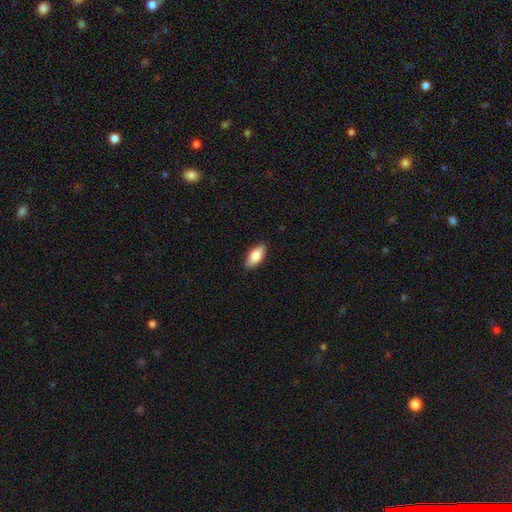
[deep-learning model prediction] The model was most divided on "smooth or featured": smooth: 81%, featured or disk: 13%, star or artifact: 6%. More confident: merging — none (88%); how rounded — in between (88%).